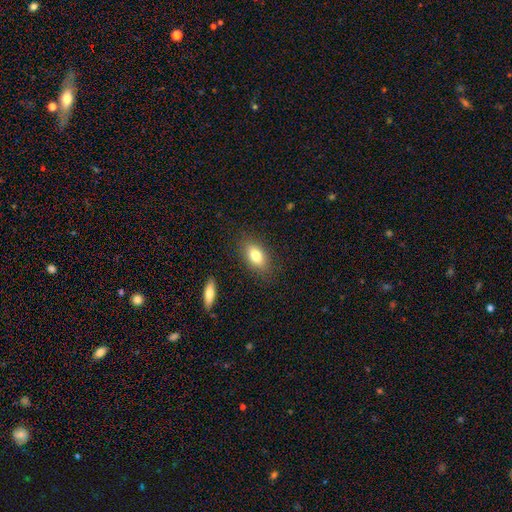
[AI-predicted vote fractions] Smooth or featured: smooth — 78% (featured or disk — 14%)
How rounded: in between — 88% (round — 7%)
Merging: none — 84% (minor disturbance — 11%)